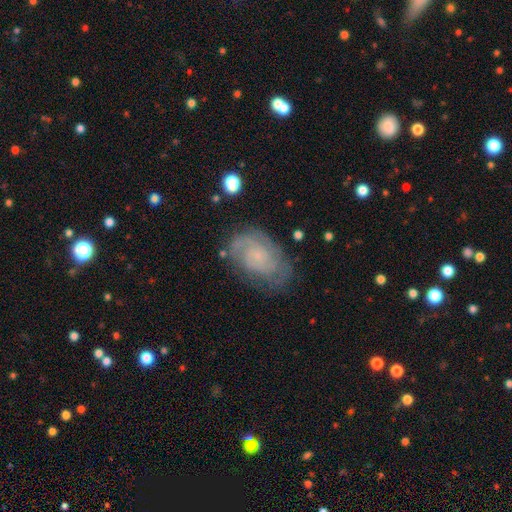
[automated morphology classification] featured or disk 70%, smooth 22%, star or artifact 8%. Down the decision tree: edge-on disk — no (97%); bar — no (74%); spiral arms — yes (91%); spiral arm count — 2 (46%); spiral winding — tight (57%); bulge size — small (62%); merging — none (69%).